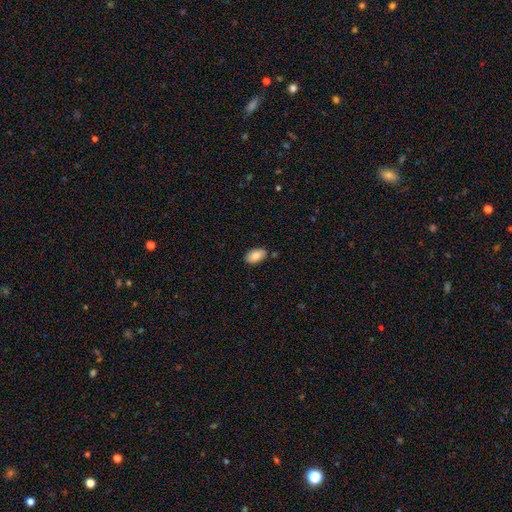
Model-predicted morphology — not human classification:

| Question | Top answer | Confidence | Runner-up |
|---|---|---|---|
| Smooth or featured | smooth | 86% | featured or disk (7%) |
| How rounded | in between | 93% | round (5%) |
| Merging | none | 83% | minor disturbance (13%) |